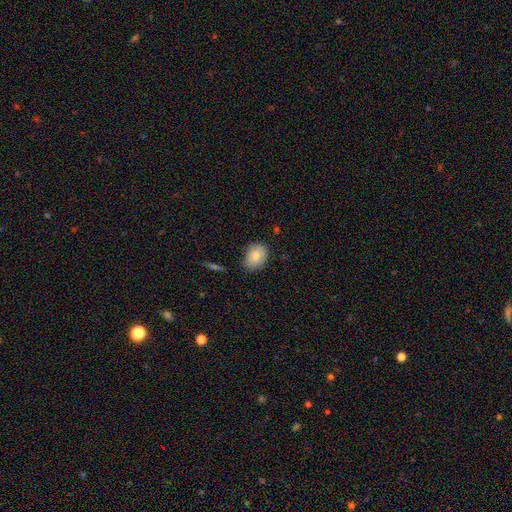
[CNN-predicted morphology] type=smooth (79%); roundness=in between (69%); merging=none (72%).